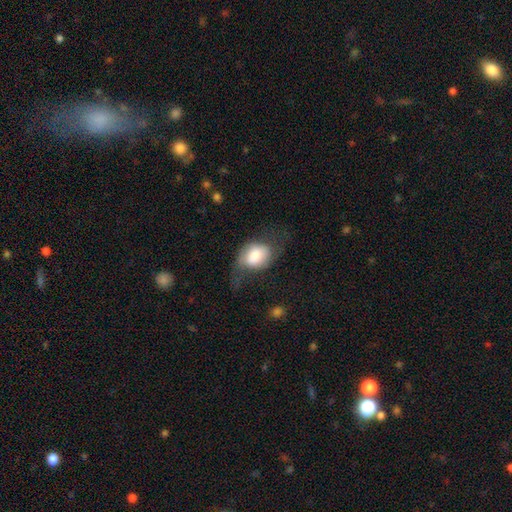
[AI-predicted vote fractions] smooth 60%, featured or disk 33%, star or artifact 7%. Down the decision tree: how rounded — in between (62%); merging — none (41%).